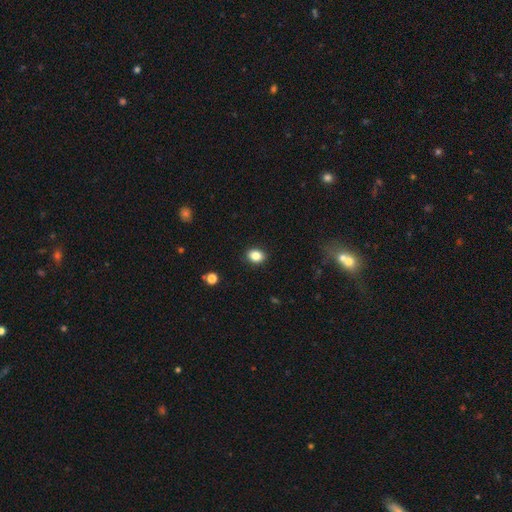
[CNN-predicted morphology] Smooth or featured? Predicted: smooth (p=0.84). How rounded? Predicted: in between (p=0.60). Merging? Predicted: none (p=0.89).